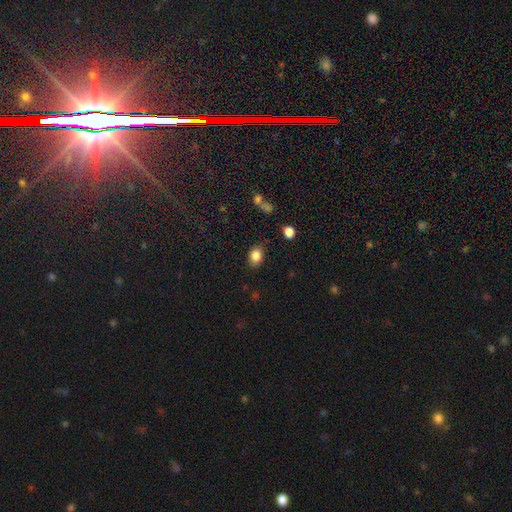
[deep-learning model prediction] This is clearly a smooth galaxy (85%). How rounded: likely in between (72%). Merging: clearly none (82%).